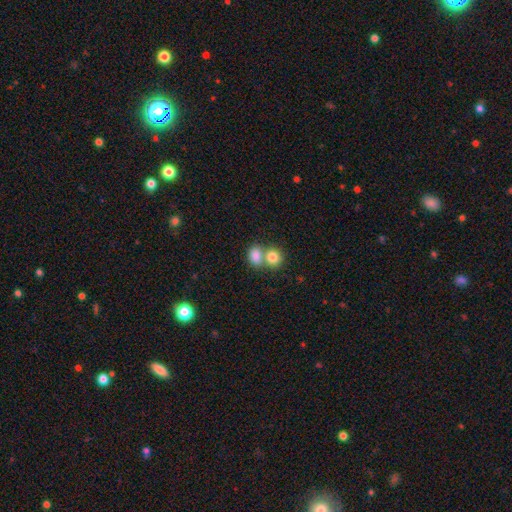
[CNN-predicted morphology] This is clearly a smooth galaxy (82%). How rounded: possibly in between (51%). Merging: possibly merger (54%).